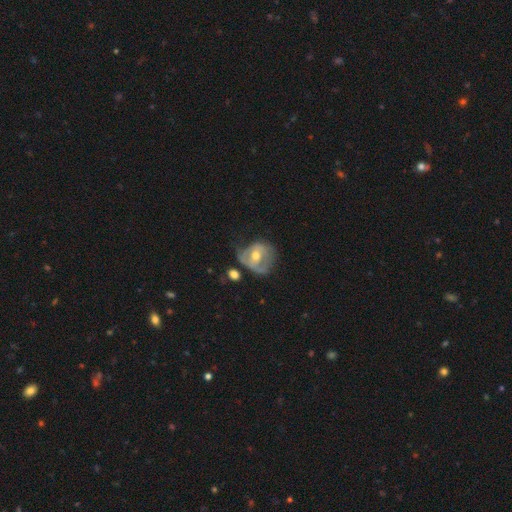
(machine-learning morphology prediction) Smooth or featured?
  - featured or disk: 61% *
  - smooth: 32%
  - star or artifact: 7%
Edge-on disk?
  - no: 96% *
  - yes: 4%
Bar?
  - no: 47% *
  - weak: 36%
  - strong: 16%
Spiral arms?
  - yes: 53% *
  - no: 47%
Bulge size?
  - moderate: 67% *
  - small: 27%
  - large: 3%
  - none: 1%
  - dominant: 1%
Merging?
  - none: 37% *
  - minor disturbance: 30%
  - major disturbance: 25%
  - merger: 7%